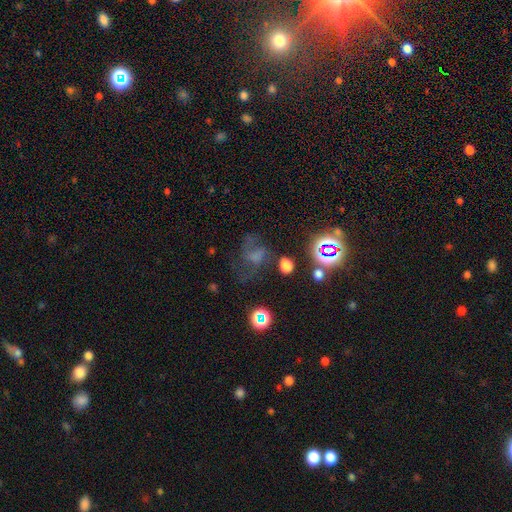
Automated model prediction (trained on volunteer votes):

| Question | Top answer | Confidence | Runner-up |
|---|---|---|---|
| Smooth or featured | smooth | 40% | star or artifact (30%) |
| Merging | none | 42% | major disturbance (32%) |